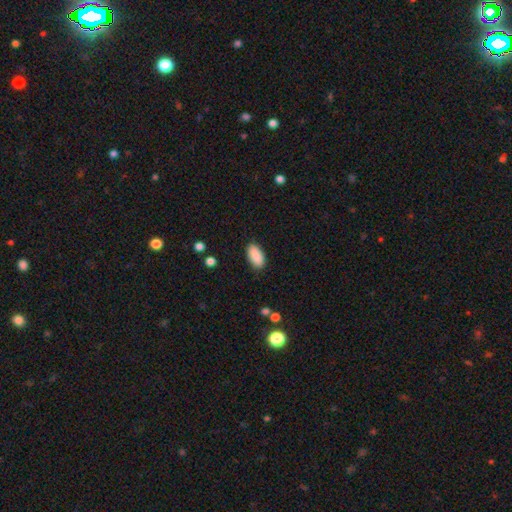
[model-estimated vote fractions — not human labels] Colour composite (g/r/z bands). It shows a smooth galaxy with no disk features (89%) that is in between round and cigar-shaped (93%). Merging: none (87%).